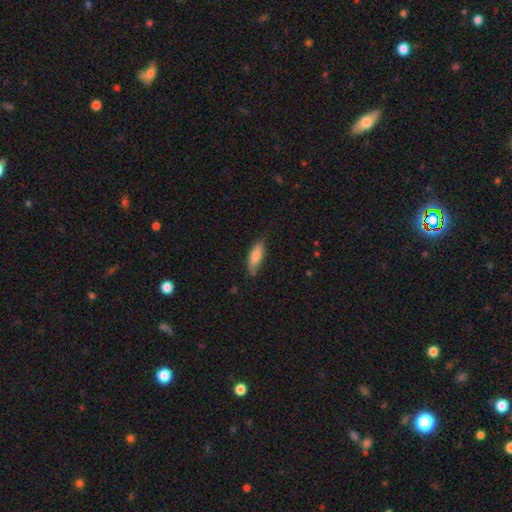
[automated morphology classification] This appears to be a smooth galaxy with no disk features (79%) that is in between round and cigar-shaped (56%). Merging: none (76%).